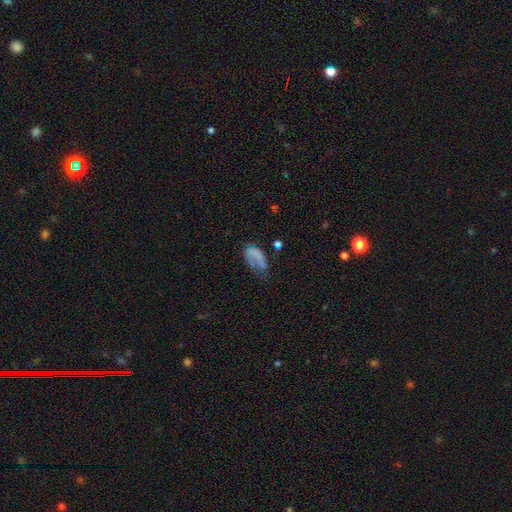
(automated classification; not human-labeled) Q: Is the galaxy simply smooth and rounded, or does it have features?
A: smooth — 51%.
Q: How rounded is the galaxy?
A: in between — 89%.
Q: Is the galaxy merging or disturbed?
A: major disturbance — 43%.